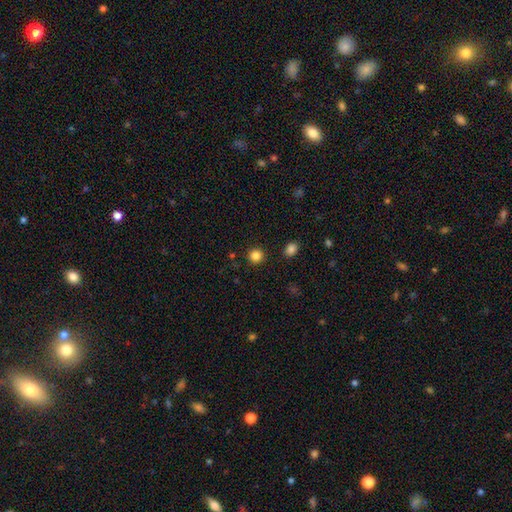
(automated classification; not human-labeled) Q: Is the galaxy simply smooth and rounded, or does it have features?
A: smooth — 84%.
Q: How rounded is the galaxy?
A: round — 93%.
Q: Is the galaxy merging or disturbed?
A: none — 91%.